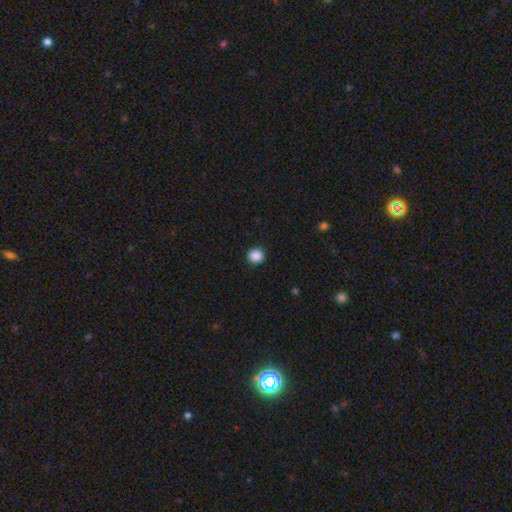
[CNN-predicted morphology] smooth-or-featured: smooth: 88% | star or artifact: 10% | featured or disk: 3%
  how-rounded: round: 84% | in between: 15% | cigar-shaped: 1%
  merging: none: 90% | minor disturbance: 7% | major disturbance: 2% | merger: 1%